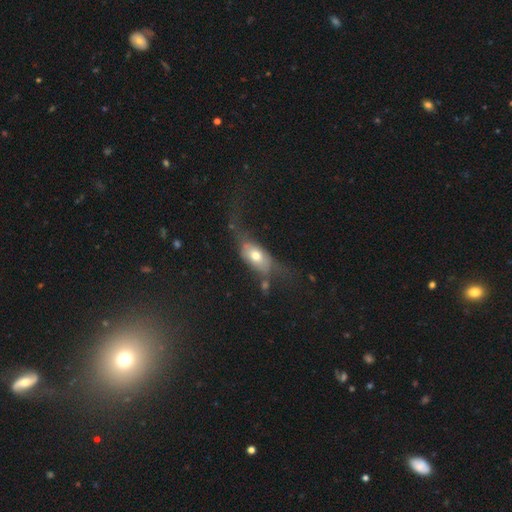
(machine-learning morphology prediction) Overall: smooth (57%; featured or disk 35%). How rounded: in between (80%). Merging: major disturbance (40%; none 31%).